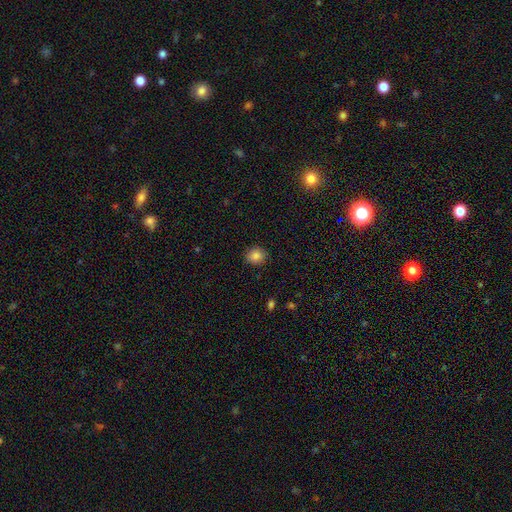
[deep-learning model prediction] smooth_or_featured: smooth (p=0.85) [alt: star or artifact p=0.10]
how_rounded: round (p=0.77) [alt: in between p=0.22]
merging: none (p=0.89) [alt: minor disturbance p=0.08]